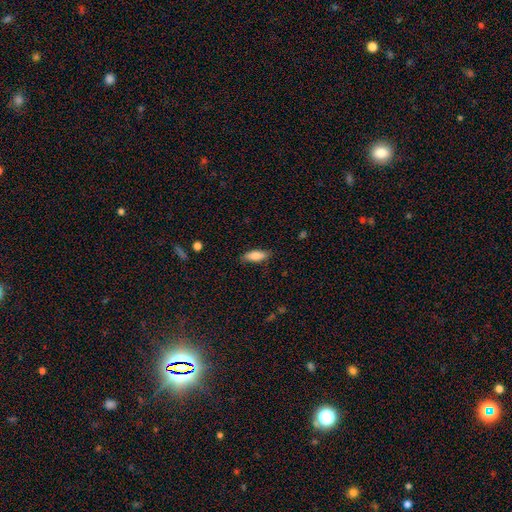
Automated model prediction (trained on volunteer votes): Smooth or featured?
  - smooth: 81% *
  - featured or disk: 12%
  - star or artifact: 6%
How rounded?
  - in between: 71% *
  - cigar-shaped: 27%
  - round: 2%
Merging?
  - none: 82% *
  - minor disturbance: 14%
  - major disturbance: 3%
  - merger: 1%